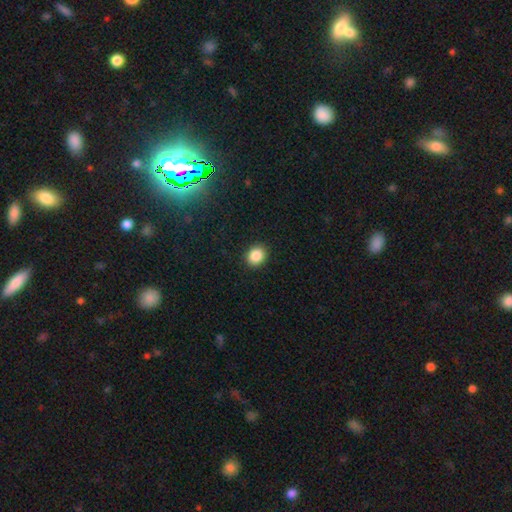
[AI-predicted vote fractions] smooth_or_featured: smooth (p=0.87) [alt: star or artifact p=0.09]
how_rounded: round (p=0.63) [alt: in between p=0.36]
merging: none (p=0.90) [alt: minor disturbance p=0.07]